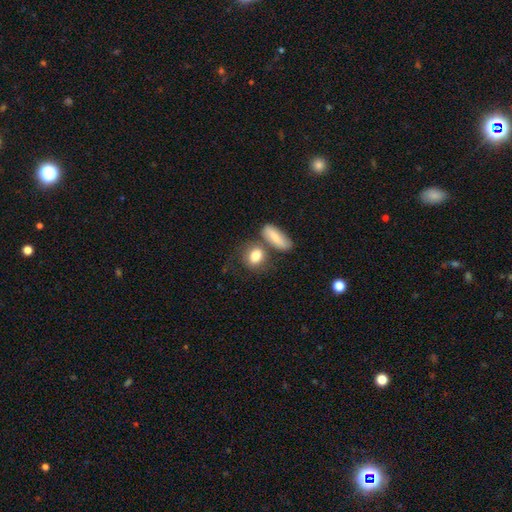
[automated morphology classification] type=smooth (82%); roundness=in between (52%); merging=none (55%).